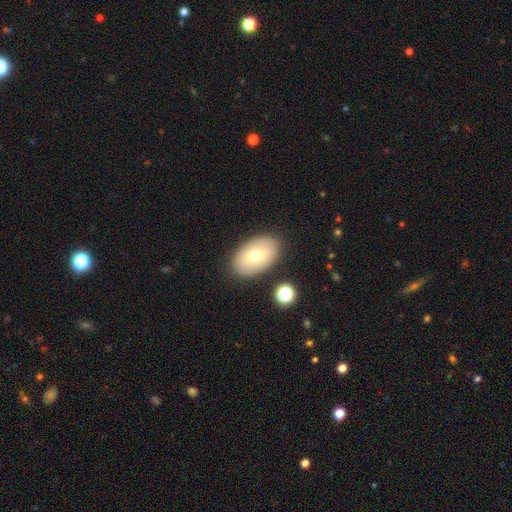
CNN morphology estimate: Smooth or featured?
  - smooth: 61% *
  - featured or disk: 31%
  - star or artifact: 8%
How rounded?
  - in between: 91% *
  - round: 8%
  - cigar-shaped: 2%
Merging?
  - none: 85% *
  - minor disturbance: 10%
  - major disturbance: 3%
  - merger: 3%